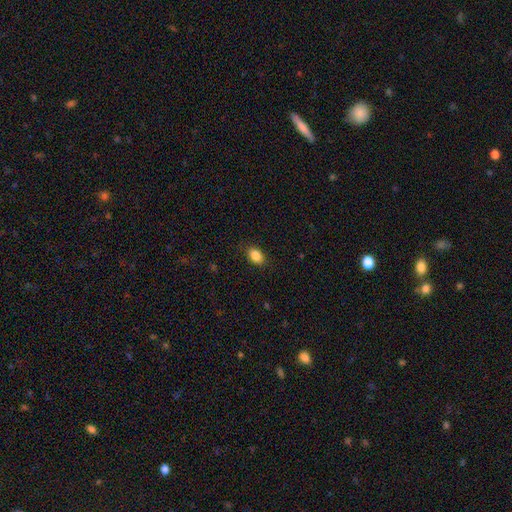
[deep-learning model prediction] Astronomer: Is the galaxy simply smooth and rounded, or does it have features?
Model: smooth — 86%.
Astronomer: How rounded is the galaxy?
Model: in between — 82%.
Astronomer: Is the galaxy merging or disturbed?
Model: none — 85%.